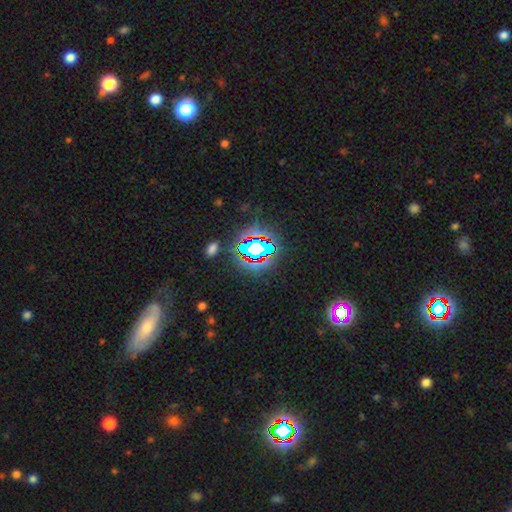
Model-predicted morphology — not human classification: smooth-or-featured: star or artifact: 76% | smooth: 14% | featured or disk: 10%